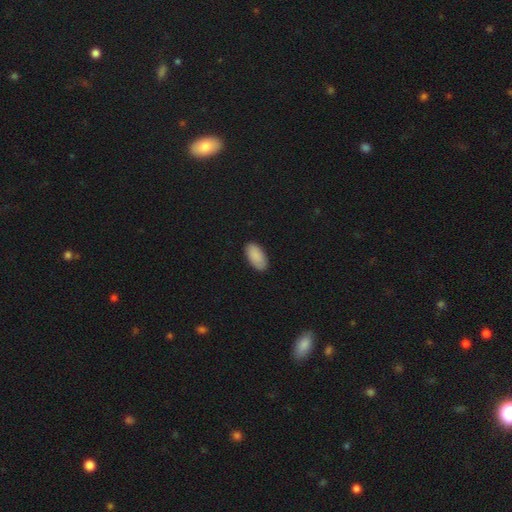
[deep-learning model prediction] A smooth galaxy with no disk features (90%) that is in between round and cigar-shaped (95%).

Vote fractions:
- Smooth or featured? smooth: 90% / star or artifact: 6% / featured or disk: 4%
- How rounded? in between: 95% / cigar-shaped: 3% / round: 2%
- Merging? none: 87% / minor disturbance: 10% / major disturbance: 2% / merger: 1%